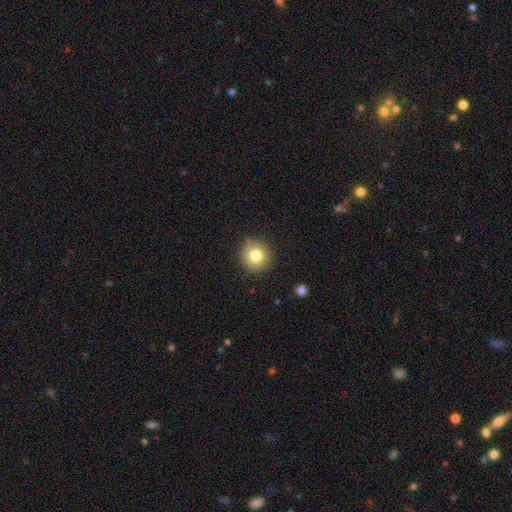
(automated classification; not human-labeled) Smooth or featured? Predicted: smooth (p=0.78). How rounded? Predicted: round (p=0.92). Merging? Predicted: none (p=0.88).